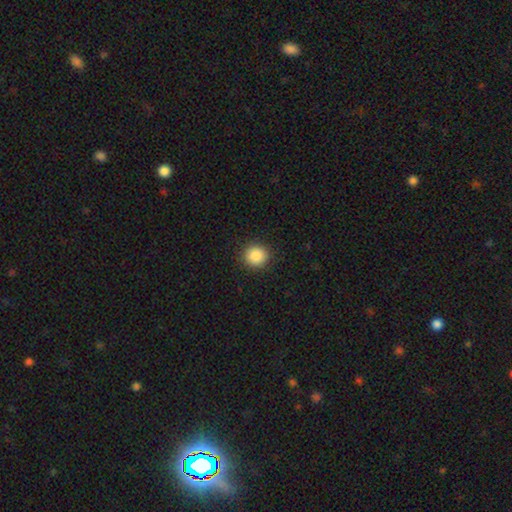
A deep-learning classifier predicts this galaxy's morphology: This appears to be a smooth galaxy with no disk features (88%) that is round (90%). Merging: none (91%).